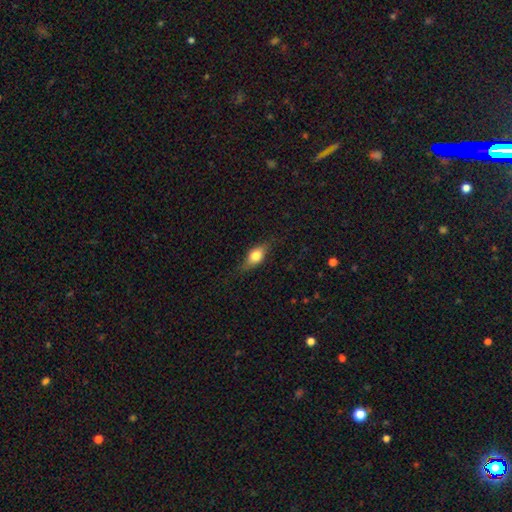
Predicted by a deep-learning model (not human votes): This is likely a smooth galaxy (68%). How rounded: likely in between (78%). Merging: likely none (76%).